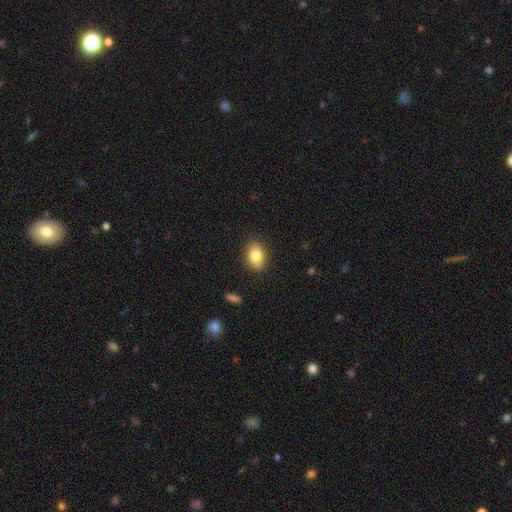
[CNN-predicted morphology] Overall: smooth (82%). How rounded: in between (75%). Merging: none (86%).